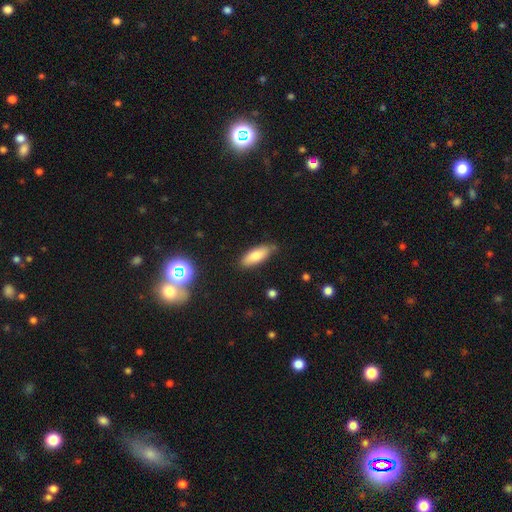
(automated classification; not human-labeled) Smooth or featured?
  - smooth: 80% *
  - featured or disk: 13%
  - star or artifact: 8%
How rounded?
  - in between: 75% *
  - cigar-shaped: 23%
  - round: 2%
Merging?
  - none: 77% *
  - minor disturbance: 18%
  - major disturbance: 3%
  - merger: 2%